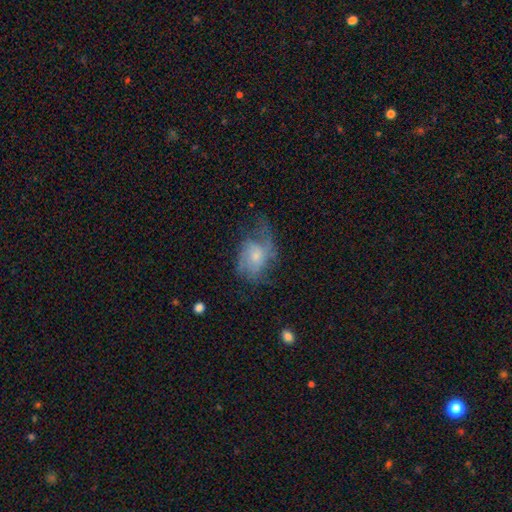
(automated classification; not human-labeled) Q: Smooth or featured?
A: featured or disk (63%); runner-up: smooth (29%)
Q: Edge-on disk?
A: no (97%); runner-up: yes (3%)
Q: Bar?
A: no (72%); runner-up: weak (24%)
Q: Spiral arms?
A: yes (82%); runner-up: no (18%)
Q: Bulge size?
A: small (58%); runner-up: moderate (32%)
Q: Merging?
A: none (37%); runner-up: major disturbance (35%)